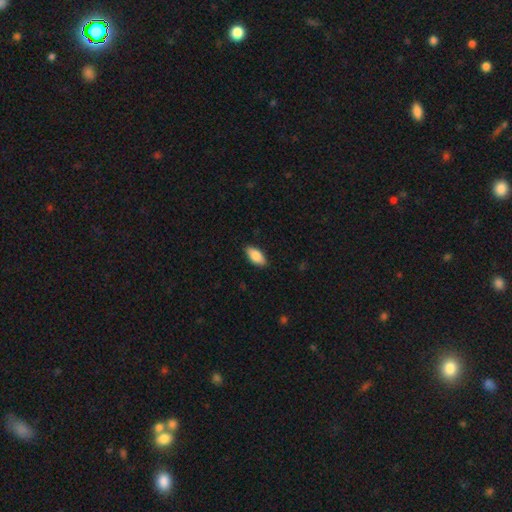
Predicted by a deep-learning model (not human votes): A smooth galaxy with no disk features (85%) that is in between round and cigar-shaped (89%). Merging: none (87%).